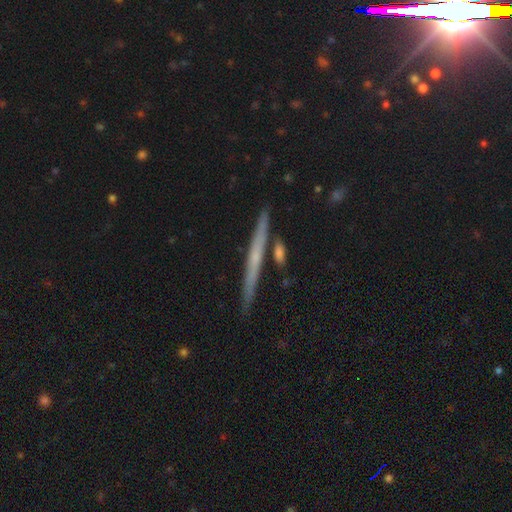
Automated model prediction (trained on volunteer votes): smooth-or-featured: featured or disk: 58% | smooth: 36% | star or artifact: 7%
  disk-edge-on: yes: 96% | no: 4%
    edge-on-bulge: none: 72% | rounded: 24% | boxy: 5%
  merging: none: 85% | minor disturbance: 8% | merger: 5% | major disturbance: 2%